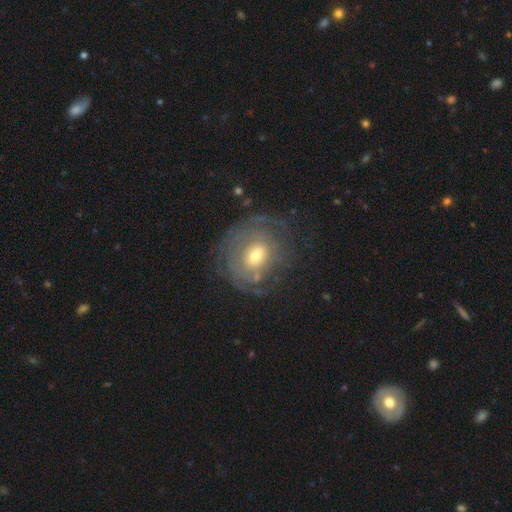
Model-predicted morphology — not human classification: Q: Smooth or featured?
A: featured or disk (69%); runner-up: smooth (23%)
Q: Edge-on disk?
A: no (96%); runner-up: yes (4%)
Q: Bar?
A: no (65%); runner-up: weak (28%)
Q: Spiral arms?
A: yes (69%); runner-up: no (31%)
Q: Bulge size?
A: moderate (52%); runner-up: small (39%)
Q: Merging?
A: none (65%); runner-up: minor disturbance (18%)